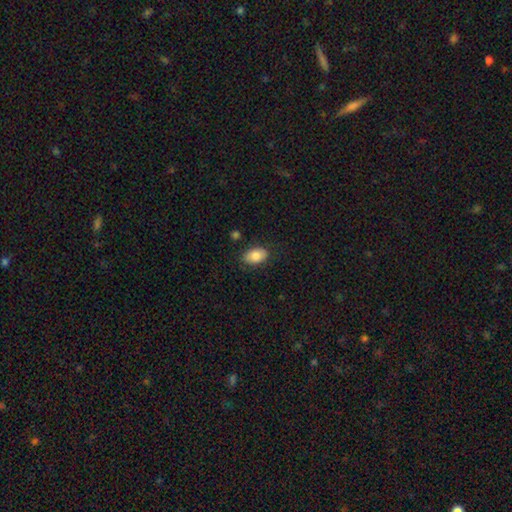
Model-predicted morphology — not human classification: Overall: smooth (83%). How rounded: in between (90%). Merging: none (81%).